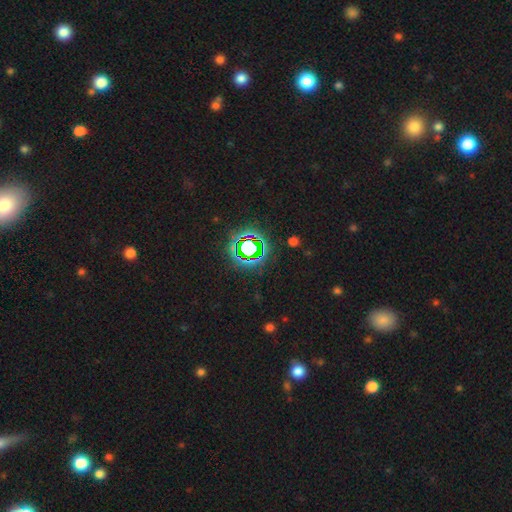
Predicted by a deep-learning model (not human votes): star or artifact 78%, smooth 14%, featured or disk 8%.